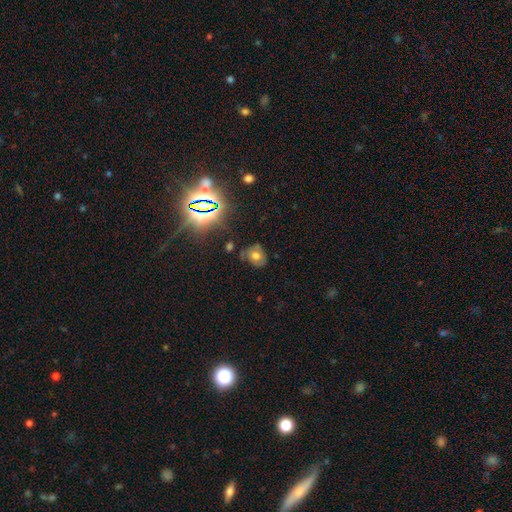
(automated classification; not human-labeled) Q: Smooth or featured?
A: smooth (52%); runner-up: featured or disk (28%)
Q: How rounded?
A: round (55%); runner-up: in between (44%)
Q: Merging?
A: none (62%); runner-up: minor disturbance (25%)